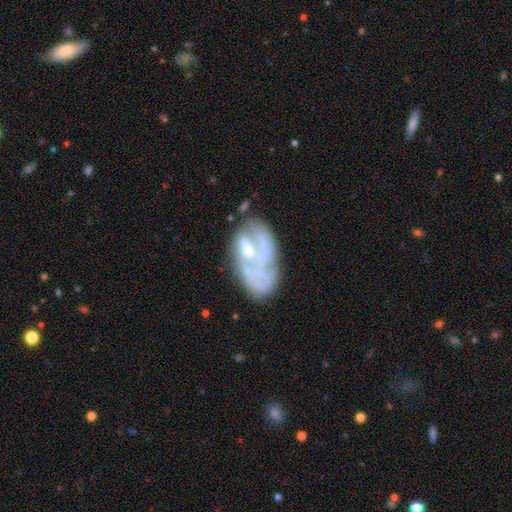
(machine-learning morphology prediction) Smooth or featured? featured or disk (68%)
Edge-on disk? no (95%)
Bar? no (66%)
Spiral arms? yes (53%)
Bulge size? small (33%, tied with moderate)
Merging? none (42%)